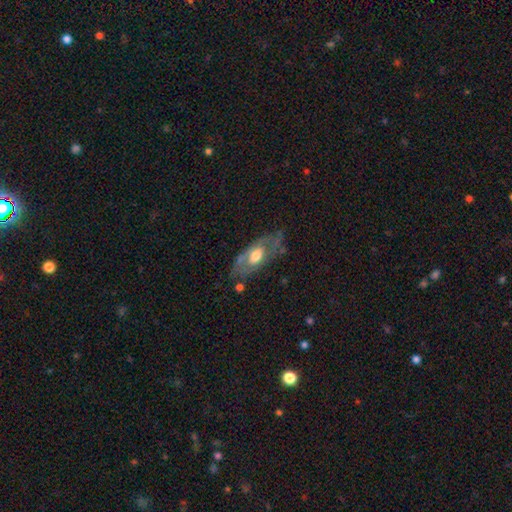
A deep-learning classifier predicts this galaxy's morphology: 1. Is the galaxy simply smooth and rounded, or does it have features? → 61% featured or disk, 34% smooth, 6% star or artifact.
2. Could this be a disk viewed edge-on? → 79% no, 21% yes.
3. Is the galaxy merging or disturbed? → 62% none, 25% minor disturbance, 10% major disturbance, 3% merger.